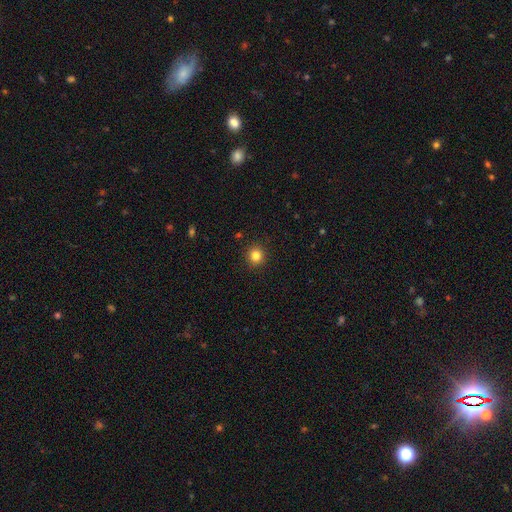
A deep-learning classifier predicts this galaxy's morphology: Q: Smooth or featured?
A: smooth (83%); runner-up: star or artifact (12%)
Q: How rounded?
A: round (91%); runner-up: in between (8%)
Q: Merging?
A: none (92%); runner-up: minor disturbance (5%)